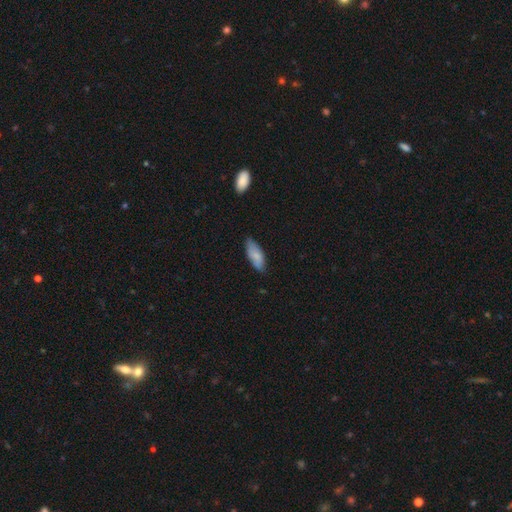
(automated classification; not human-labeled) Smooth or featured?
  - smooth: 82% *
  - featured or disk: 12%
  - star or artifact: 6%
How rounded?
  - in between: 78% *
  - cigar-shaped: 20%
  - round: 2%
Merging?
  - none: 75% *
  - minor disturbance: 20%
  - major disturbance: 3%
  - merger: 1%